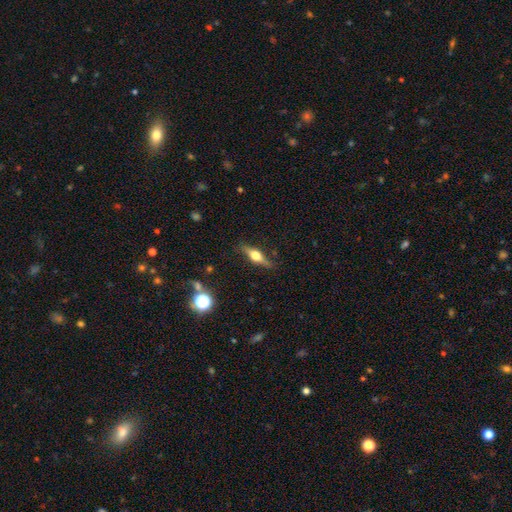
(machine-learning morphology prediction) A featured or disk galaxy (57%) viewed edge-on (94%) with a rounded central bulge (94%). Merging: none (85%).